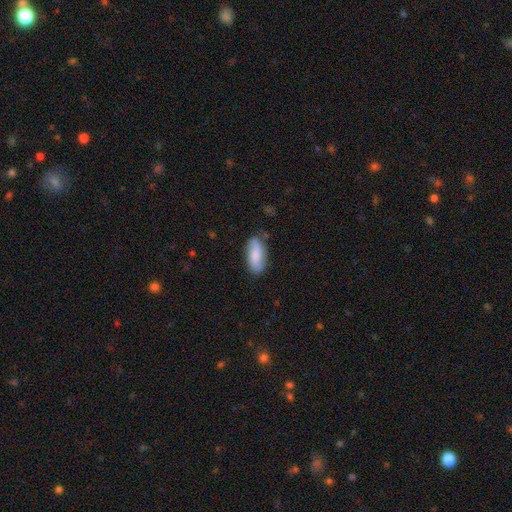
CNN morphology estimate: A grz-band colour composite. It shows a smooth galaxy with no disk features (63%) that is in between round and cigar-shaped (84%). Merging: none (74%).